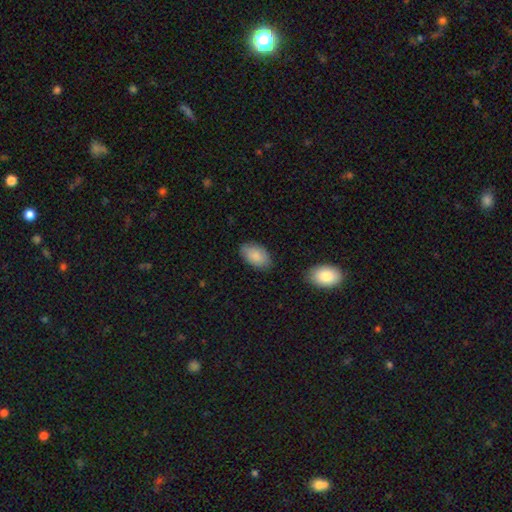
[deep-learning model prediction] A smooth galaxy with no disk features (87%) that is in between round and cigar-shaped (94%). Merging: none (82%).